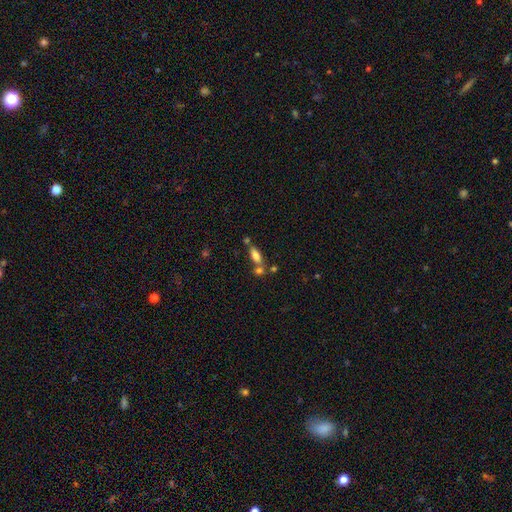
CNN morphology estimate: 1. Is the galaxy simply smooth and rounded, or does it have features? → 75% smooth, 15% featured or disk, 10% star or artifact.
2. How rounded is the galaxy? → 74% in between, 22% cigar-shaped, 3% round.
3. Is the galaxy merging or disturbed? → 51% none, 33% merger, 11% minor disturbance, 4% major disturbance.